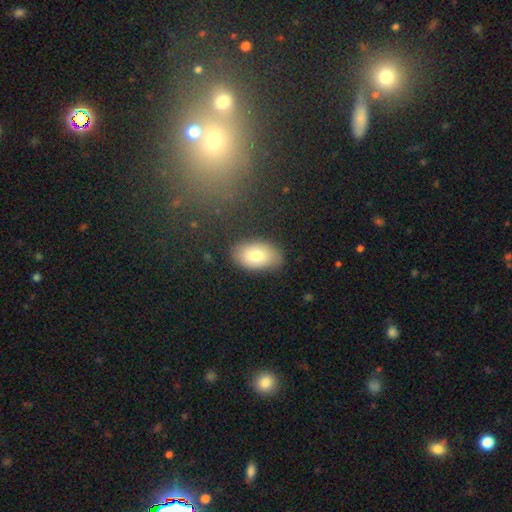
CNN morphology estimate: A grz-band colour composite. It shows a smooth galaxy with no disk features (73%) that is in between round and cigar-shaped (91%). Merging: none (82%).